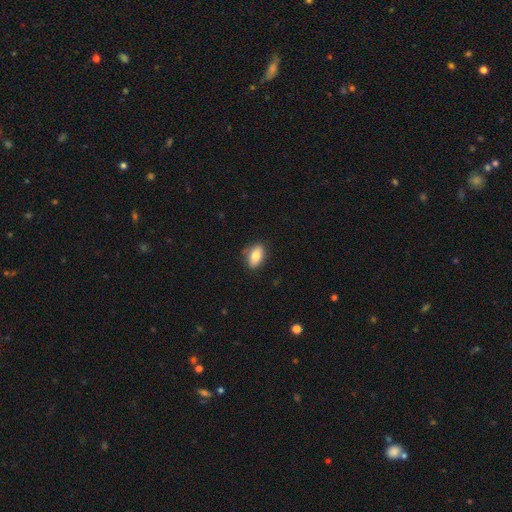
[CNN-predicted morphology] The model was most divided on "merging": none: 80%, minor disturbance: 15%, major disturbance: 3%, merger: 1%. More confident: how rounded — in between (89%); smooth or featured — smooth (80%).